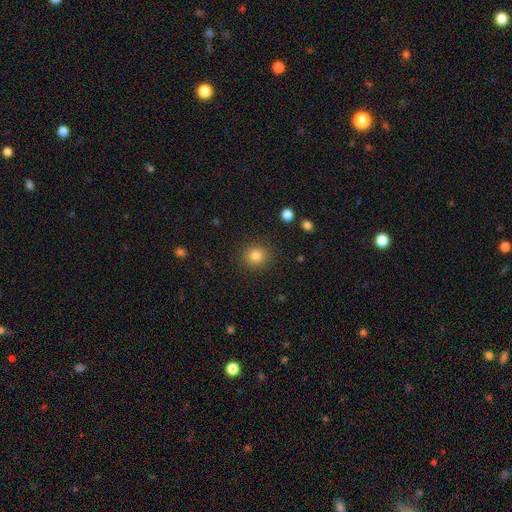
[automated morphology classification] smooth-or-featured: smooth: 82% | star or artifact: 12% | featured or disk: 6%
  how-rounded: round: 89% | in between: 10% | cigar-shaped: 1%
  merging: none: 89% | minor disturbance: 7% | major disturbance: 3% | merger: 1%